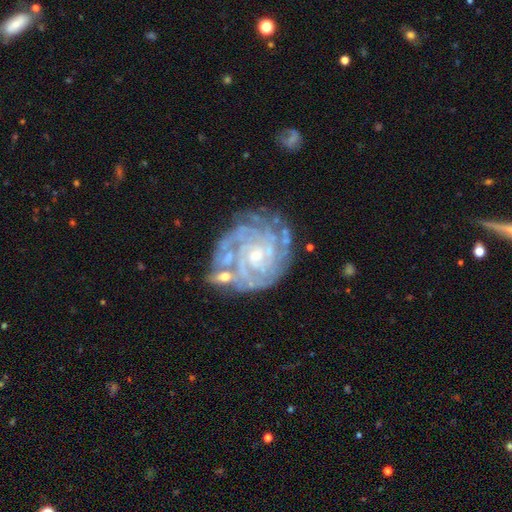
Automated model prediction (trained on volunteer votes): smooth_or_featured: featured or disk (p=0.89) [alt: star or artifact p=0.06]
disk_edge_on: no (p=0.97) [alt: yes p=0.03]
bar: no (p=0.66) [alt: weak p=0.26]
has_spiral_arms: yes (p=0.97) [alt: no p=0.03]
spiral_winding: tight (p=0.81) [alt: medium p=0.16]
spiral_arm_count: can't tell (p=0.27) [alt: 4 p=0.25]
bulge_size: small (p=0.65) [alt: moderate p=0.30]
merging: none (p=0.65) [alt: minor disturbance p=0.19]